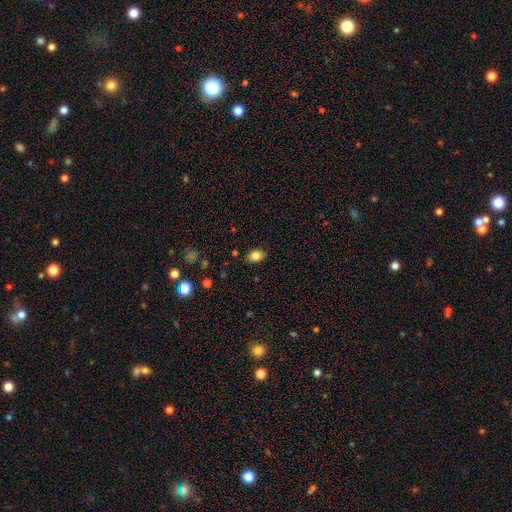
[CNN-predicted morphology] smooth_or_featured: smooth (p=0.83) [alt: star or artifact p=0.10]
how_rounded: in between (p=0.76) [alt: round p=0.23]
merging: none (p=0.87) [alt: minor disturbance p=0.10]